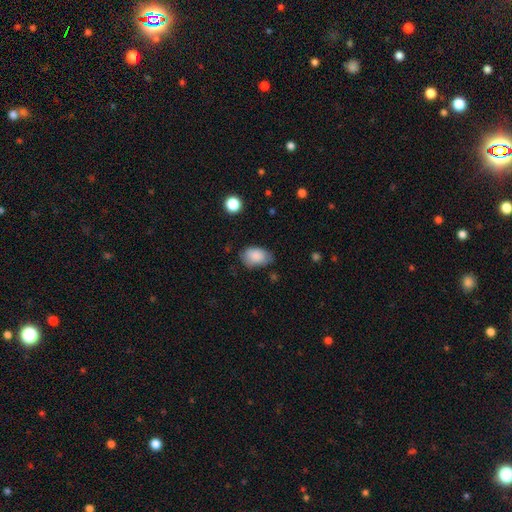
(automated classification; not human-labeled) This appears to be a smooth galaxy with no disk features (85%) that is in between round and cigar-shaped (88%). Merging: none (65%).